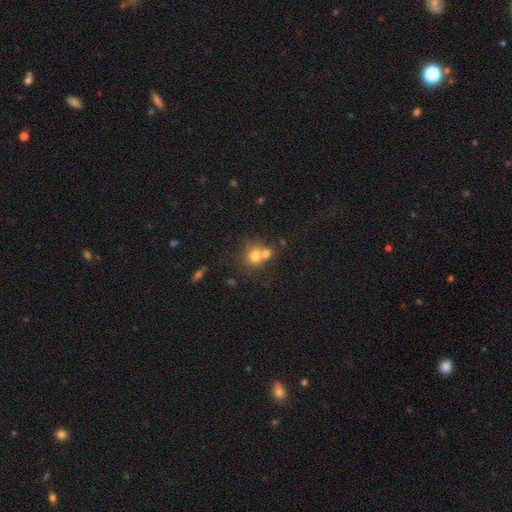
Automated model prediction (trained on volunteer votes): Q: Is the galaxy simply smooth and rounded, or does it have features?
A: smooth — 73%.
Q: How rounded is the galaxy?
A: round — 75%.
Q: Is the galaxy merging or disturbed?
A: merger — 52%.